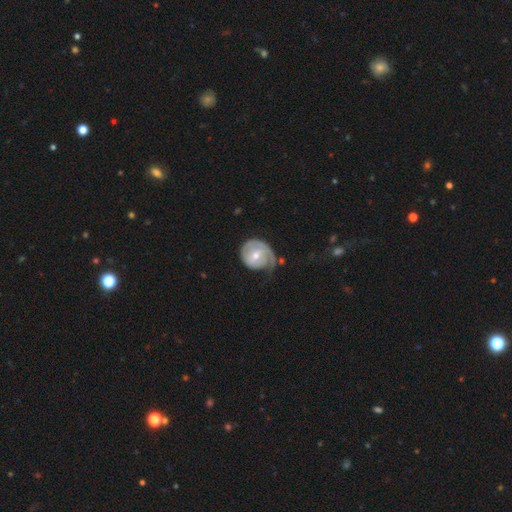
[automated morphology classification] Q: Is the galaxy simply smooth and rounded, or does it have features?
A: featured or disk — 64%.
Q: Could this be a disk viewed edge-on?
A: no — 97%.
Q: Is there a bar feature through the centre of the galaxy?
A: no — 51%.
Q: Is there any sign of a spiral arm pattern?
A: yes — 81%.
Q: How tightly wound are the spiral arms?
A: tight — 54%.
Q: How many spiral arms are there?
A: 1 — 52%.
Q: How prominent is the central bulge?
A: moderate — 52%.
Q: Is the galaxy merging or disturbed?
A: none — 39%.